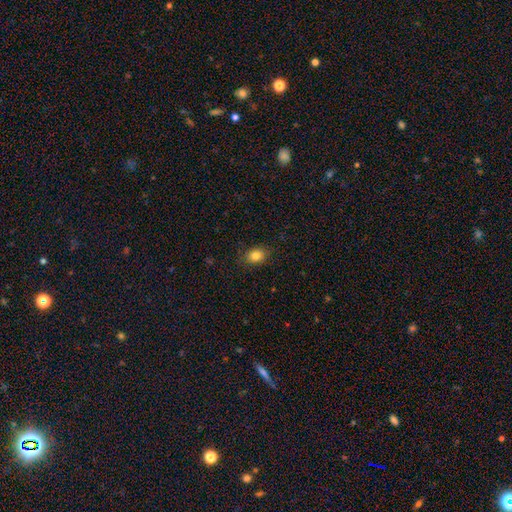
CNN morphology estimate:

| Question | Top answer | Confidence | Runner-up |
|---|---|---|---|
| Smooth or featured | smooth | 84% | star or artifact (10%) |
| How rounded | in between | 66% | round (33%) |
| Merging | none | 85% | minor disturbance (11%) |